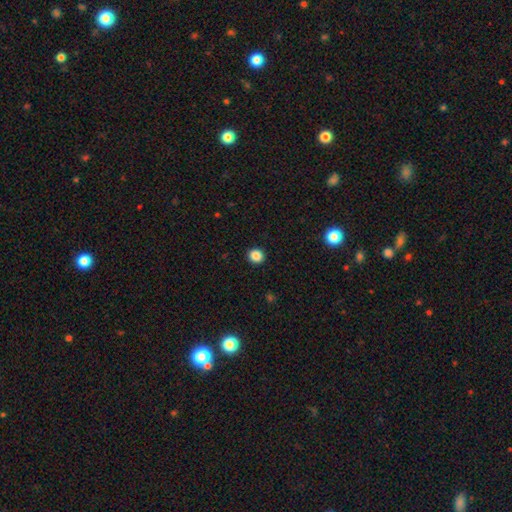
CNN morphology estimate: This appears to be a smooth galaxy with no disk features (86%) that is round (86%). Merging: none (92%).